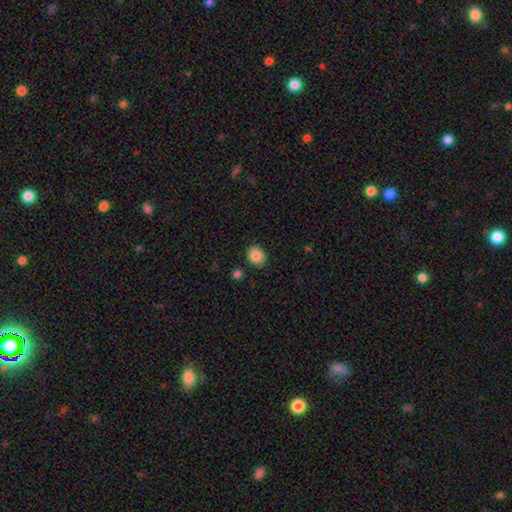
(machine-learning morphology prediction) This appears to be a smooth galaxy with no disk features (87%) that is round (52%). Merging: none (86%).